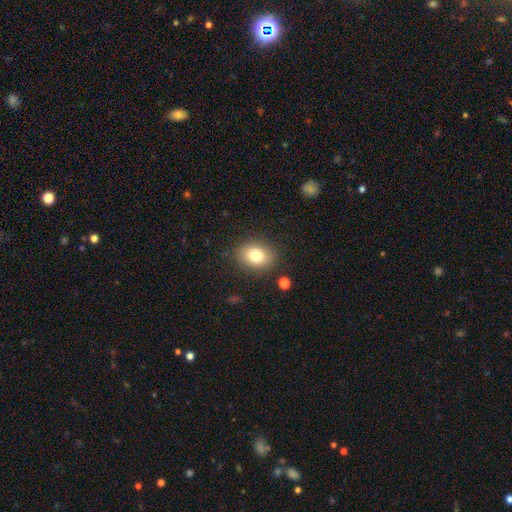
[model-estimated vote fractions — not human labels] Smooth or featured? Predicted: smooth (p=0.79). How rounded? Predicted: in between (p=0.62). Merging? Predicted: none (p=0.85).